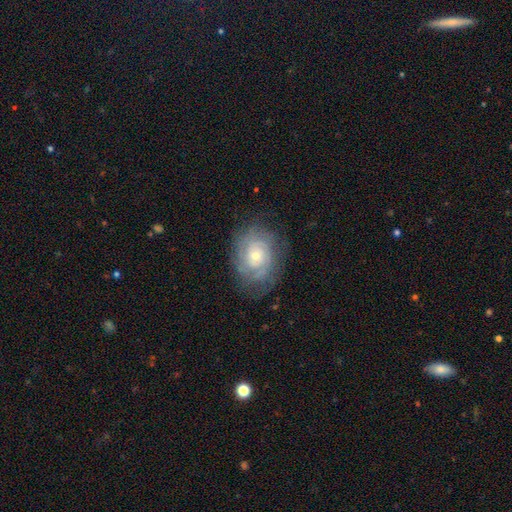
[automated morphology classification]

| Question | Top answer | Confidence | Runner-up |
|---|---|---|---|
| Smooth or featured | featured or disk | 77% | smooth (16%) |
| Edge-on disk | no | 97% | yes (3%) |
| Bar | no | 77% | weak (19%) |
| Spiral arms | yes | 91% | no (9%) |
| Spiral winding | tight | 71% | medium (23%) |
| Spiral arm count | can't tell | 42% | 2 (25%) |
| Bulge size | small | 62% | moderate (34%) |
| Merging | none | 75% | minor disturbance (16%) |